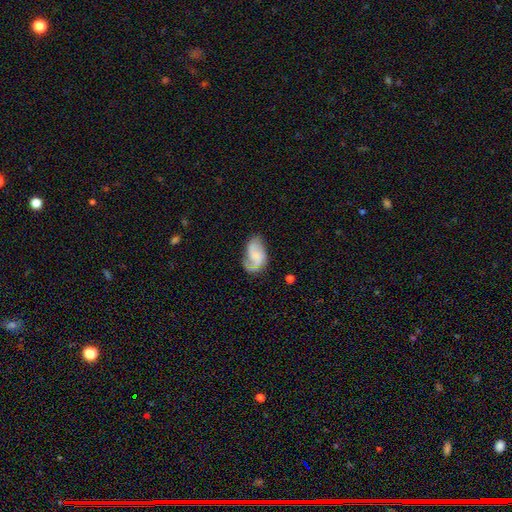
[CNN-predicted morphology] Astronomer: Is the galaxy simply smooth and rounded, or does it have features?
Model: featured or disk — 57% (runner-up: smooth, 35%).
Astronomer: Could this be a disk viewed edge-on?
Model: no — 97%.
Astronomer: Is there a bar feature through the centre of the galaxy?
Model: no — 54% (runner-up: weak, 38%).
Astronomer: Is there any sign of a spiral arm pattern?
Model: yes — 88%.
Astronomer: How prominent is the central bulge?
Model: none — 38% (runner-up: small, 36%).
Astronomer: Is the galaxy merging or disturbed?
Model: none — 52% (runner-up: minor disturbance, 28%).